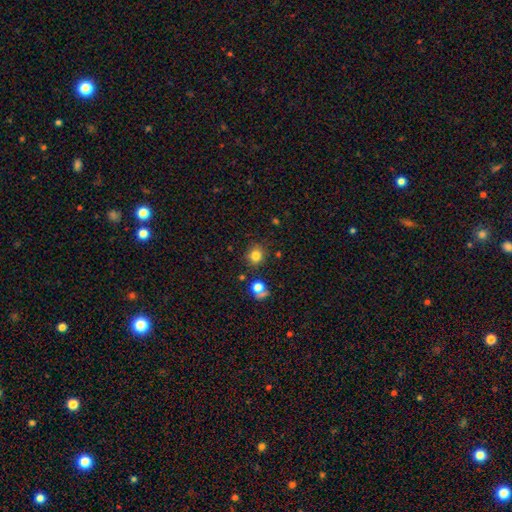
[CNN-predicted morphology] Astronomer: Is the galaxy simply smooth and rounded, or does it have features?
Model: smooth — 79%.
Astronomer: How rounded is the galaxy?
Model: round — 85%.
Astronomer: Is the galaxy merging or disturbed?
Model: none — 81%.